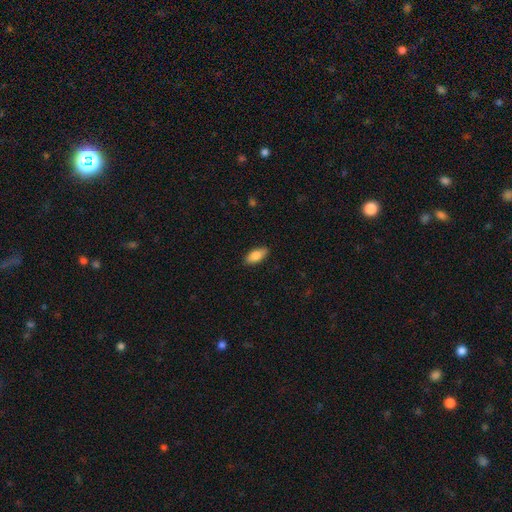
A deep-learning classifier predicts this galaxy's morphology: Smooth or featured: smooth — 82% (featured or disk — 11%)
How rounded: in between — 85% (cigar-shaped — 12%)
Merging: none — 87% (minor disturbance — 10%)